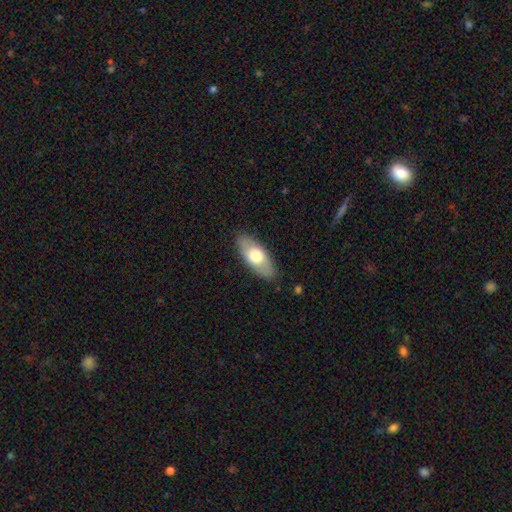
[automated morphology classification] smooth_or_featured: smooth (p=0.64) [alt: featured or disk p=0.31]
how_rounded: in between (p=0.84) [alt: cigar-shaped p=0.13]
merging: none (p=0.86) [alt: minor disturbance p=0.11]